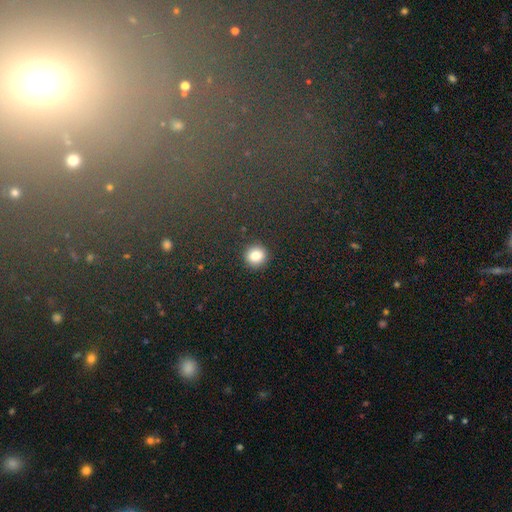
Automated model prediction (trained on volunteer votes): Smooth or featured? Predicted: smooth (p=0.83). How rounded? Predicted: round (p=0.92). Merging? Predicted: none (p=0.91).